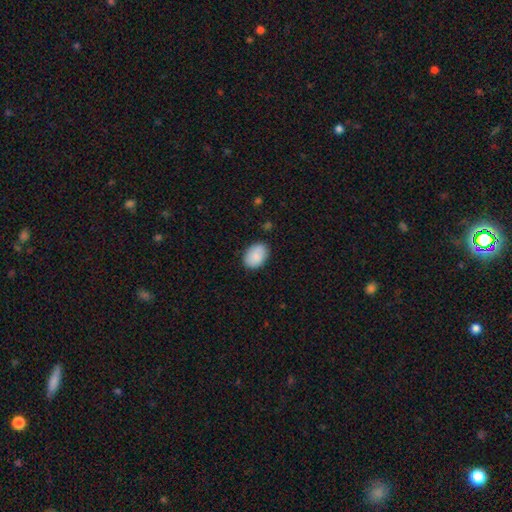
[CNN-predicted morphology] This appears to be a smooth galaxy with no disk features (87%) that is in between round and cigar-shaped (83%). Merging: none (83%).